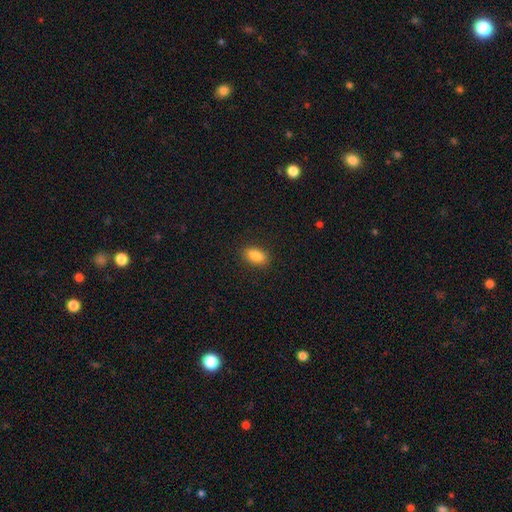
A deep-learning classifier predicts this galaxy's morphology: Smooth or featured: smooth — 86% (star or artifact — 8%)
How rounded: in between — 87% (cigar-shaped — 7%)
Merging: none — 88% (minor disturbance — 9%)